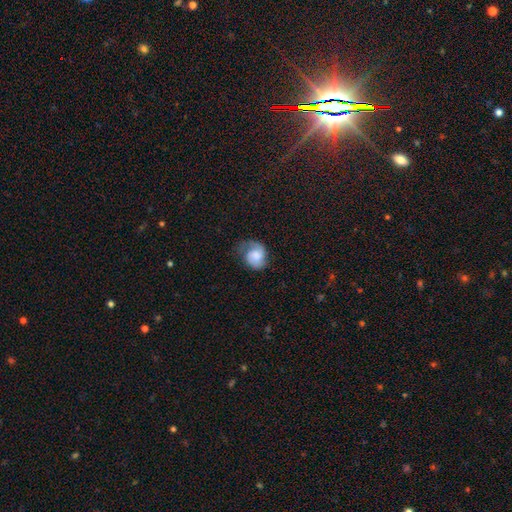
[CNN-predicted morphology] Q: Smooth or featured?
A: featured or disk (50%); runner-up: smooth (42%)
Q: Merging?
A: none (49%); runner-up: minor disturbance (30%)